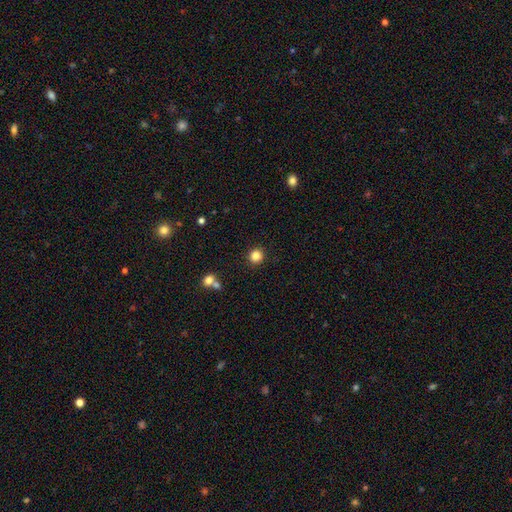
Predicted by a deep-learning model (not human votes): smooth 85%, star or artifact 11%, featured or disk 4%. Down the decision tree: how rounded — round (92%); merging — none (89%).